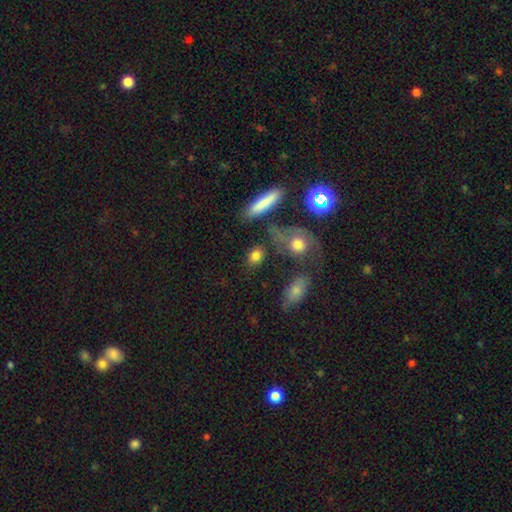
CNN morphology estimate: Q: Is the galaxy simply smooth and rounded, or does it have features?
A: smooth — 79%.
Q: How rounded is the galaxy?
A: in between — 55%.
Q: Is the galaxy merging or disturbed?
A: none — 70%.